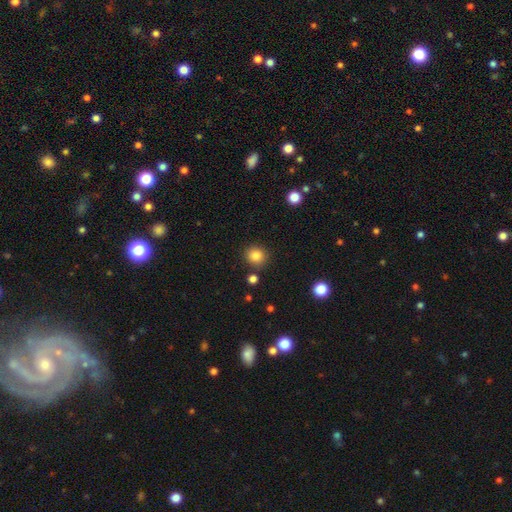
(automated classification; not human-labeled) smooth-or-featured: smooth: 85% | star or artifact: 10% | featured or disk: 4%
  how-rounded: round: 86% | in between: 13% | cigar-shaped: 1%
  merging: none: 85% | minor disturbance: 9% | merger: 4% | major disturbance: 3%